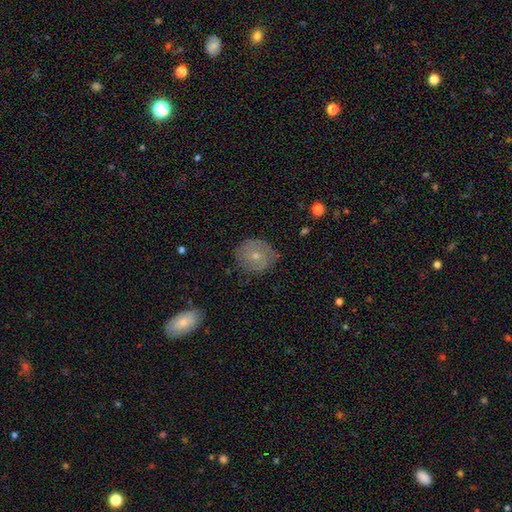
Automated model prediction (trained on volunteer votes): This appears to be a smooth galaxy with no disk features (61%) that is round (82%). Merging: none (71%).